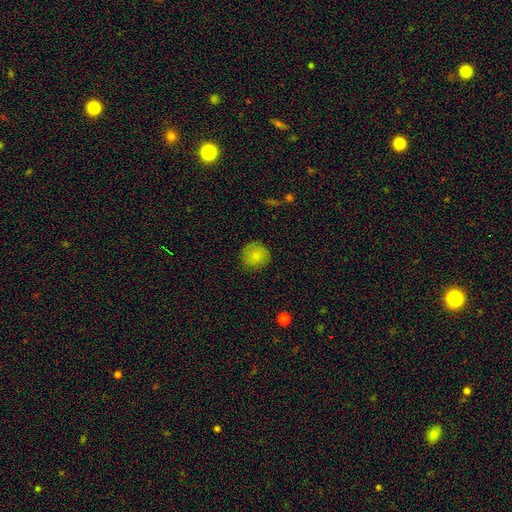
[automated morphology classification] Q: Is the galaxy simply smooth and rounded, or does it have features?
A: smooth — 83%.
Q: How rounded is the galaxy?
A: round — 91%.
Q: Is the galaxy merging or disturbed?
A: none — 84%.